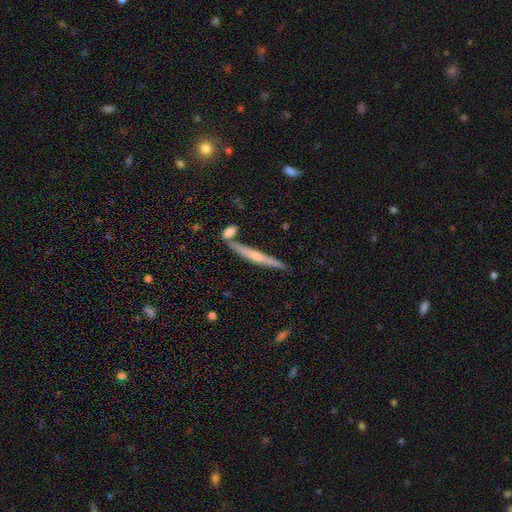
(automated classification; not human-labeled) Smooth or featured: featured or disk — 63% (smooth — 30%)
Edge-on disk: yes — 97% (no — 3%)
Edge-on bulge: rounded — 66% (none — 26%)
Merging: none — 80% (minor disturbance — 10%)